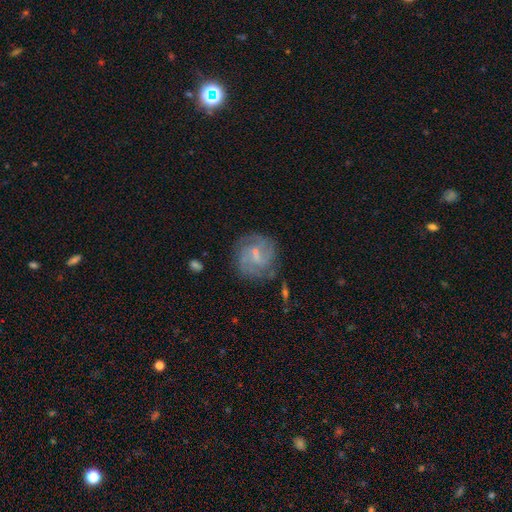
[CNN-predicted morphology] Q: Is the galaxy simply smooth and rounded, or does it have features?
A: featured or disk — 76%.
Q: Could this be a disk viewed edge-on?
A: no — 98%.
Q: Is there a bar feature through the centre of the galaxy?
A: weak — 53%.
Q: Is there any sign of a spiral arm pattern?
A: yes — 91%.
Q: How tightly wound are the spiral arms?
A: medium — 45%.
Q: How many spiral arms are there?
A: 2 — 43%.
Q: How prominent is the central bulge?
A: small — 70%.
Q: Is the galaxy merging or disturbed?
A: none — 71%.